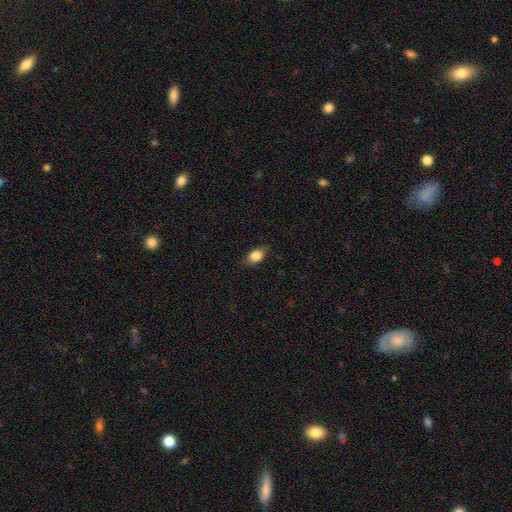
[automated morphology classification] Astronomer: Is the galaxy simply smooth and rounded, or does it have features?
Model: smooth — 81%.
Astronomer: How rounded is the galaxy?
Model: in between — 79%.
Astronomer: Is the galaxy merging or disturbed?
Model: none — 77%.